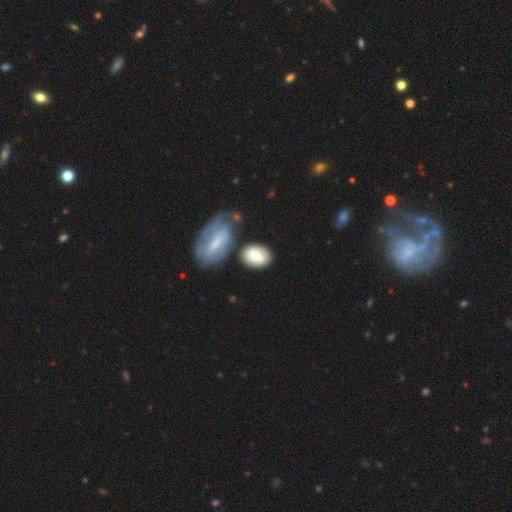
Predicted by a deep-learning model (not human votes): This appears to be a smooth galaxy with no disk features (66%) that is in between round and cigar-shaped (77%). Merging: none (57%).